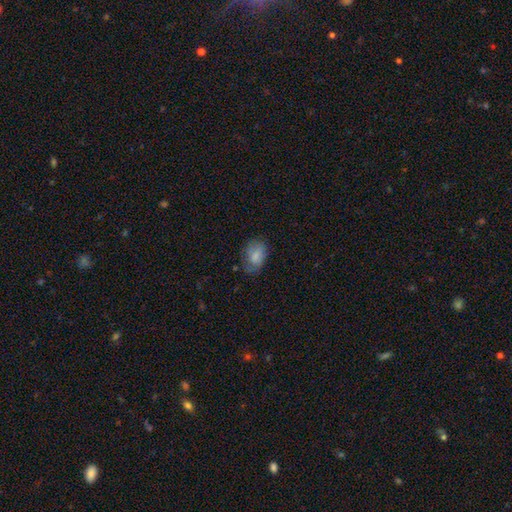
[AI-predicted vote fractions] Morphology: type=smooth (79%); roundness=in between (84%); merging=none (60%).